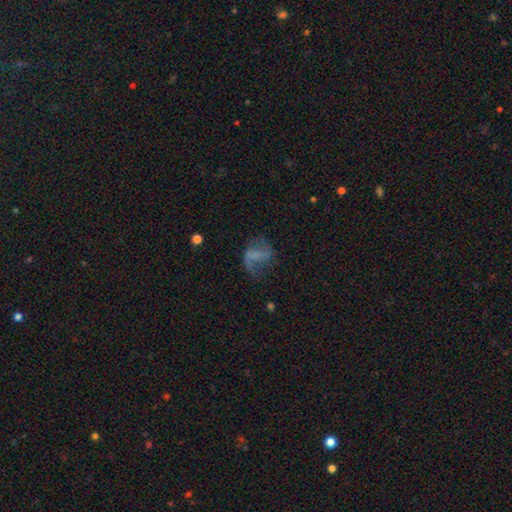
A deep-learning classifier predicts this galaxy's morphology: Q: Smooth or featured?
A: featured or disk (53%); runner-up: smooth (34%)
Q: Edge-on disk?
A: no (95%); runner-up: yes (5%)
Q: Bar?
A: strong (41%); runner-up: weak (32%)
Q: Spiral arms?
A: yes (61%); runner-up: no (39%)
Q: Bulge size?
A: none (69%); runner-up: small (15%)
Q: Merging?
A: none (46%); runner-up: major disturbance (29%)